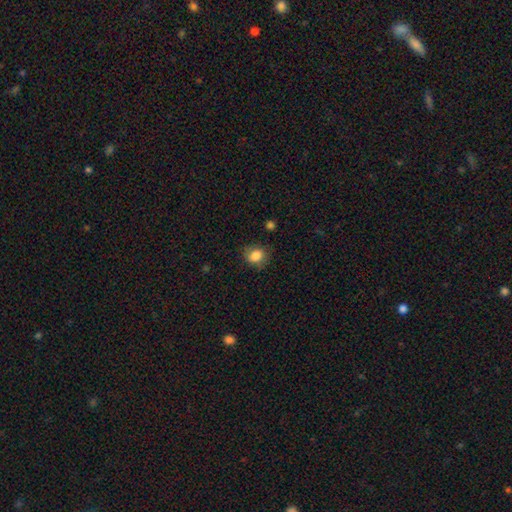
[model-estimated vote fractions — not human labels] This is clearly a smooth galaxy (85%). How rounded: likely round (60%). Merging: likely none (77%).